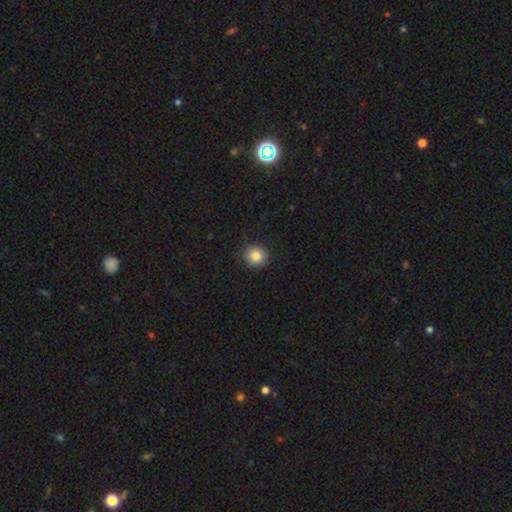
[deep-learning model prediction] smooth-or-featured: smooth: 86% | star or artifact: 10% | featured or disk: 4%
  how-rounded: round: 88% | in between: 11% | cigar-shaped: 1%
  merging: none: 88% | minor disturbance: 9% | major disturbance: 2% | merger: 1%